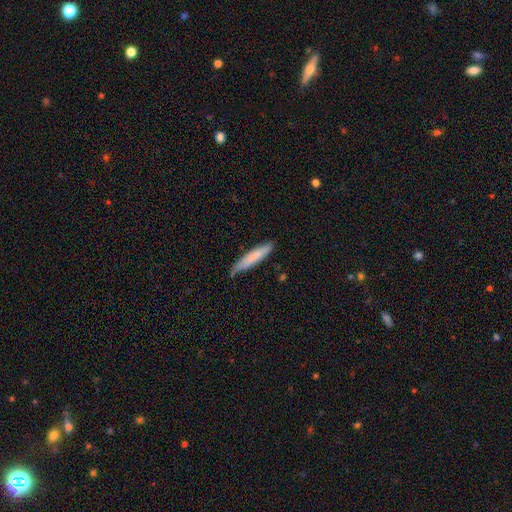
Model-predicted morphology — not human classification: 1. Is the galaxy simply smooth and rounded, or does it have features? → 76% smooth, 19% featured or disk, 5% star or artifact.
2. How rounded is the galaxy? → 90% cigar-shaped, 8% in between, 1% round.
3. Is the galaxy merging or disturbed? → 74% none, 21% minor disturbance, 3% major disturbance, 2% merger.